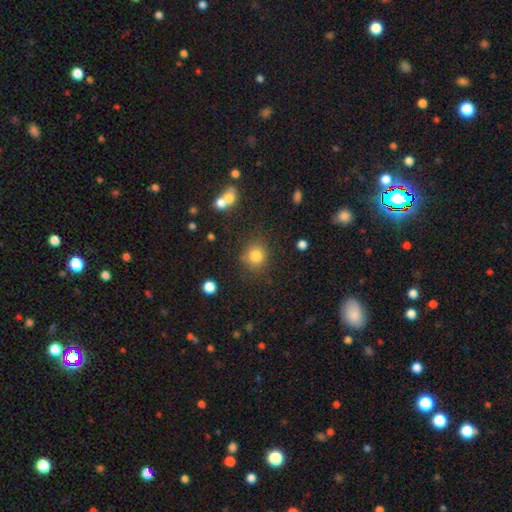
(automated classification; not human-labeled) smooth_or_featured: smooth (p=0.82) [alt: star or artifact p=0.12]
how_rounded: round (p=0.84) [alt: in between p=0.15]
merging: none (p=0.80) [alt: minor disturbance p=0.11]